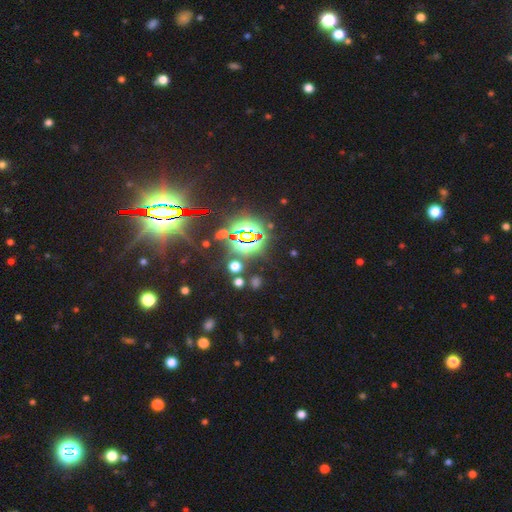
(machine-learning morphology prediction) The model was most divided on "smooth or featured": star or artifact: 86%, smooth: 7%, featured or disk: 7%.